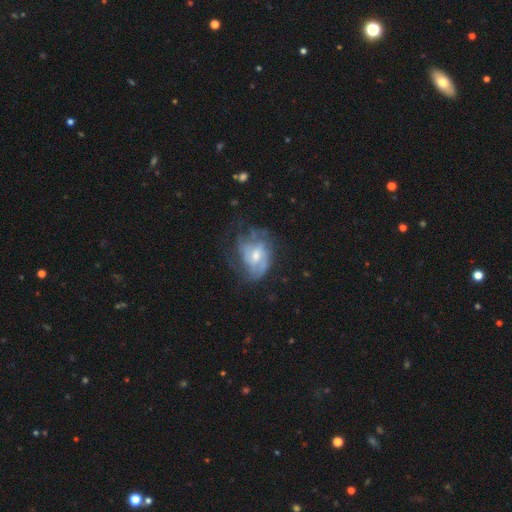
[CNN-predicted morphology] type=featured or disk (74%); edge-on=no (97%); bar=no (50%); spiral arms=yes (80%); winding=medium (40%); arm count=can't tell (43%); bulge=moderate (52%); merging=none (49%).